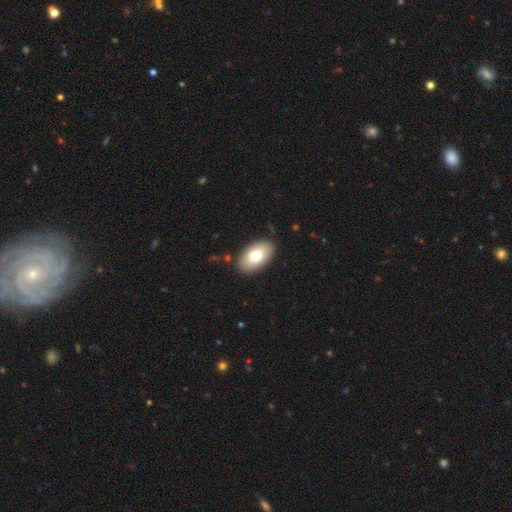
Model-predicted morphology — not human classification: A smooth galaxy with no disk features (74%) that is in between round and cigar-shaped (94%). Merging: none (88%).